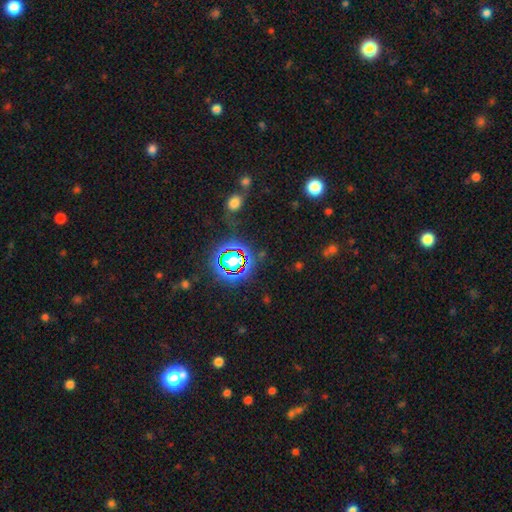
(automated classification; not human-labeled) Overall: star or artifact (78%).